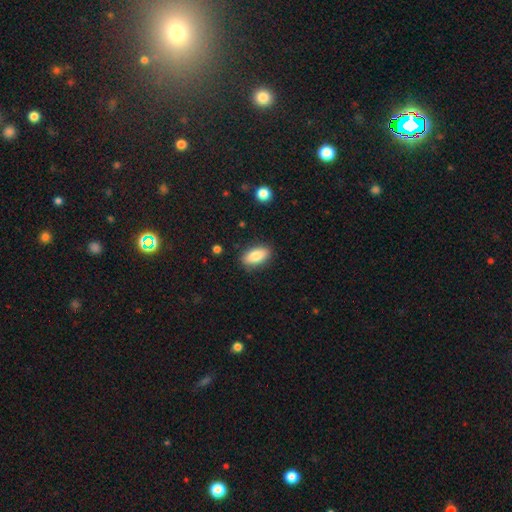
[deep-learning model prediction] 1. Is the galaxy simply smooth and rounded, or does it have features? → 85% smooth, 8% featured or disk, 7% star or artifact.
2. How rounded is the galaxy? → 90% in between, 6% cigar-shaped, 4% round.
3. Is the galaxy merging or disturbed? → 86% none, 10% minor disturbance, 3% major disturbance, 1% merger.